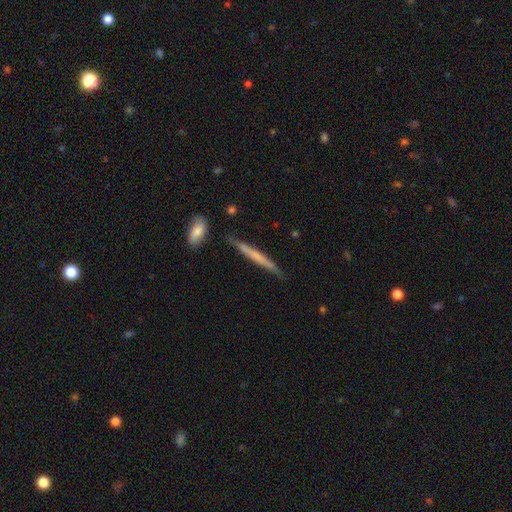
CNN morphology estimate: smooth-or-featured: smooth: 52% | featured or disk: 43% | star or artifact: 6%
  how-rounded: cigar-shaped: 96% | in between: 2% | round: 2%
  merging: none: 82% | minor disturbance: 13% | merger: 3% | major disturbance: 2%